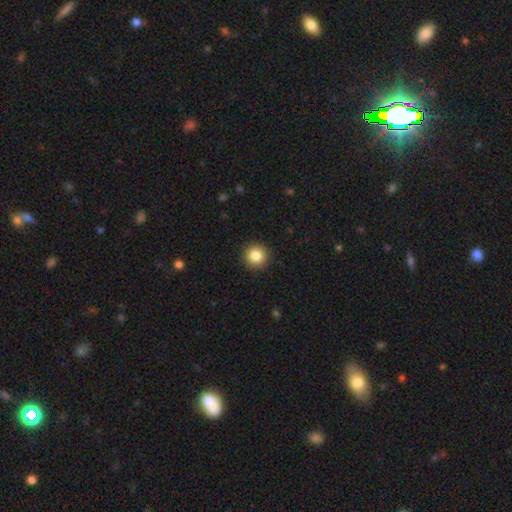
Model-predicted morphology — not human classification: This is clearly a smooth galaxy (86%). How rounded: clearly round (95%). Merging: clearly none (92%).